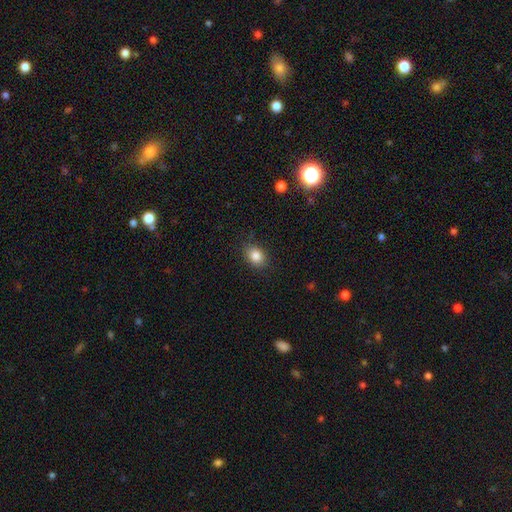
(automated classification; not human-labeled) smooth-or-featured: smooth: 85% | star or artifact: 9% | featured or disk: 5%
  how-rounded: in between: 63% | round: 36% | cigar-shaped: 1%
  merging: none: 85% | minor disturbance: 11% | major disturbance: 3% | merger: 1%